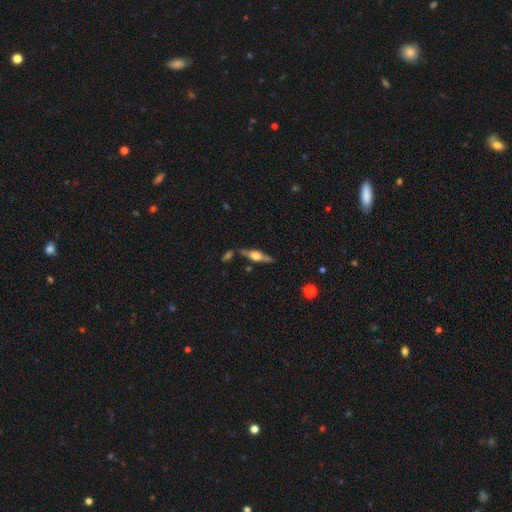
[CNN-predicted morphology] A featured or disk galaxy (66%) viewed edge-on (95%) with a rounded central bulge (87%). Merging: none (77%).